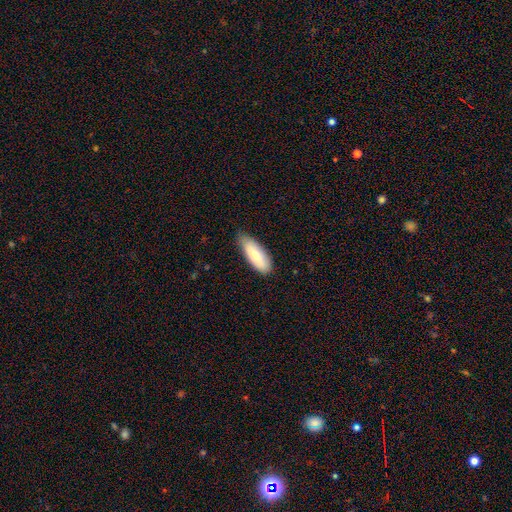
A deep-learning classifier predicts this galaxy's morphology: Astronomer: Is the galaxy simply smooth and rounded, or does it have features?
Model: smooth — 76%.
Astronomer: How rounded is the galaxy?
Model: in between — 73%.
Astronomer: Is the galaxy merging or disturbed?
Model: none — 75%.